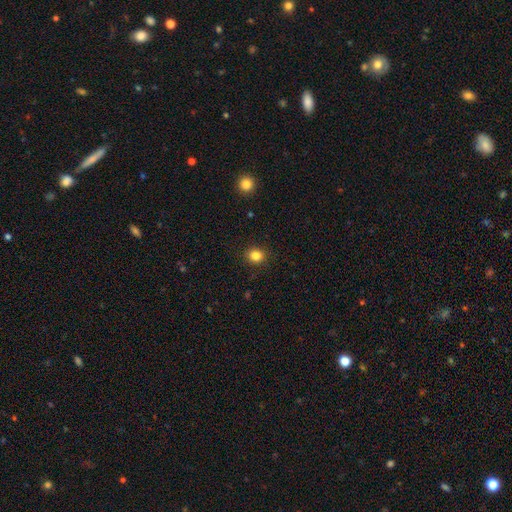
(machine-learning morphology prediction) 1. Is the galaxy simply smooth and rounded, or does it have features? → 84% smooth, 12% star or artifact, 5% featured or disk.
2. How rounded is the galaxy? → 78% round, 21% in between, 1% cigar-shaped.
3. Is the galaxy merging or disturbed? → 90% none, 7% minor disturbance, 2% major disturbance, 1% merger.